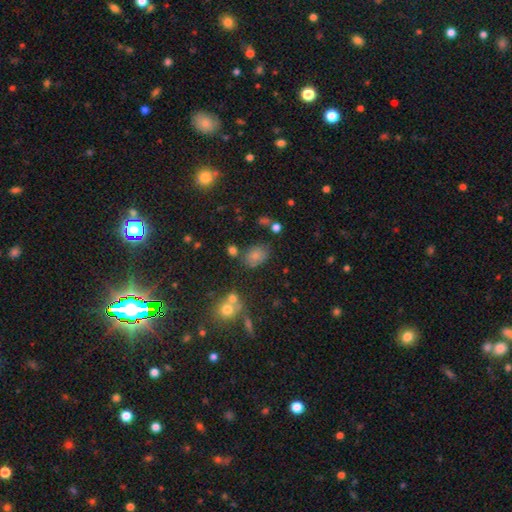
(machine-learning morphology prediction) smooth 73%, star or artifact 15%, featured or disk 12%. Down the decision tree: how rounded — in between (67%); merging — none (70%).